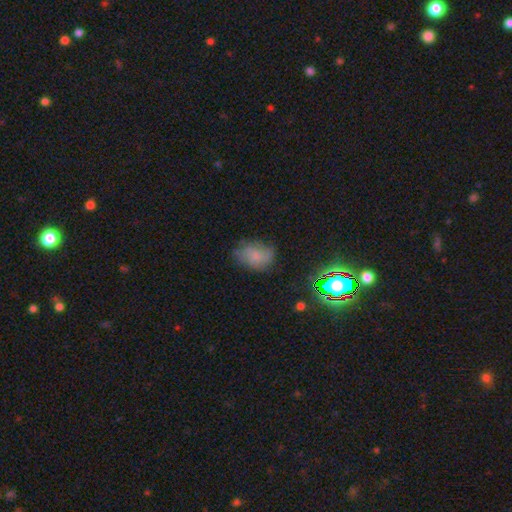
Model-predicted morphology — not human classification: smooth 58%, featured or disk 26%, star or artifact 16%. Down the decision tree: how rounded — in between (68%); merging — none (62%).